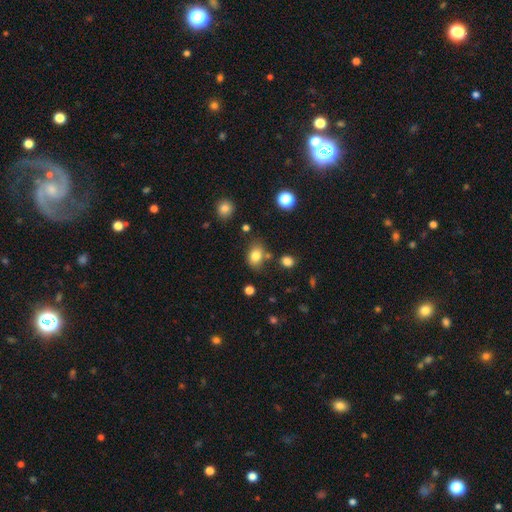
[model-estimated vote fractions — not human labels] Smooth or featured: smooth — 81% (star or artifact — 11%)
How rounded: in between — 71% (round — 27%)
Merging: none — 72% (minor disturbance — 15%)